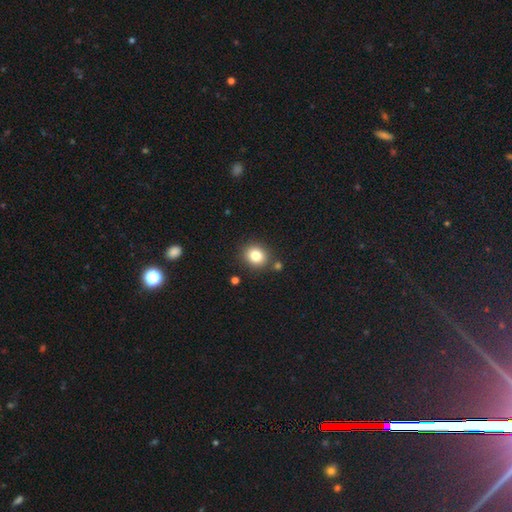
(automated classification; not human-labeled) Morphology: type=smooth (82%); roundness=round (72%); merging=none (82%).